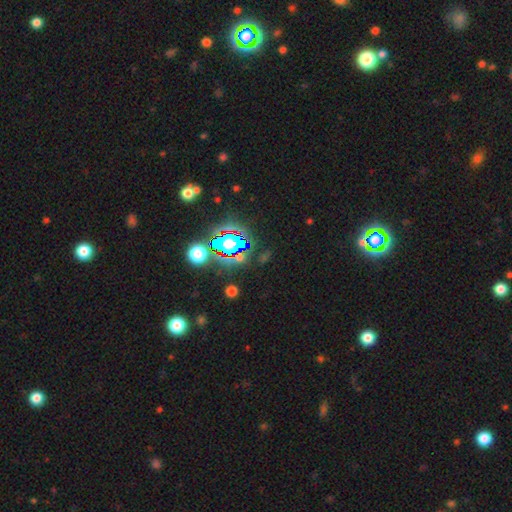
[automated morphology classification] Overall: star or artifact (81%).